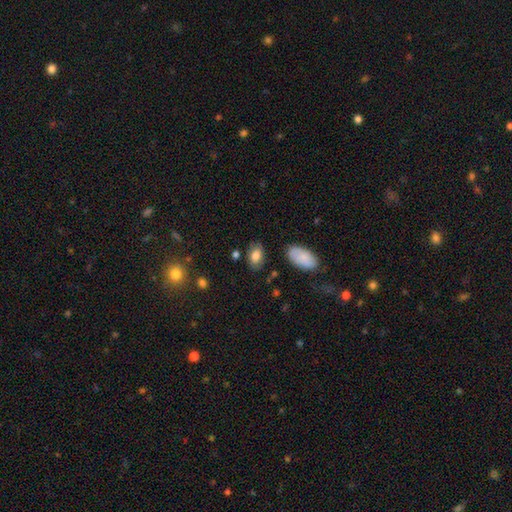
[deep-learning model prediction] Smooth or featured? smooth (80%)
How rounded? in between (90%)
Merging? none (80%)